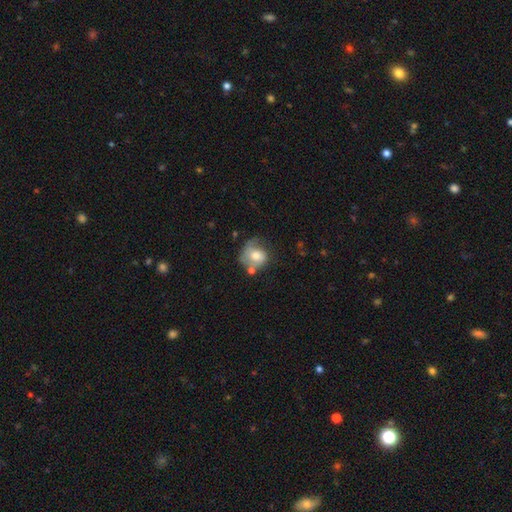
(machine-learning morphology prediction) smooth-or-featured: smooth: 61% | featured or disk: 31% | star or artifact: 8%
  how-rounded: round: 70% | in between: 29% | cigar-shaped: 1%
  merging: none: 39% | minor disturbance: 29% | major disturbance: 21% | merger: 12%